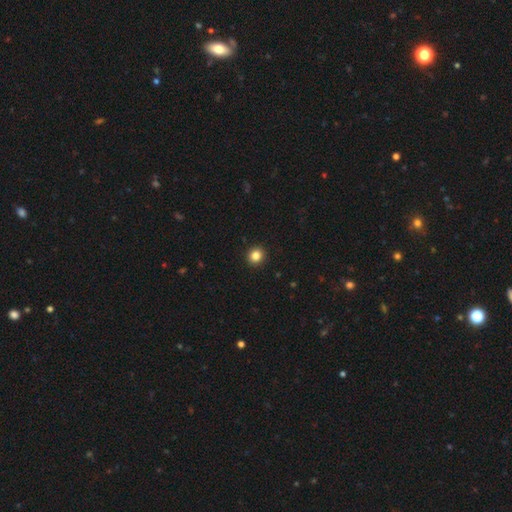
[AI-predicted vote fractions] Smooth or featured? smooth (85%)
How rounded? round (89%)
Merging? none (93%)